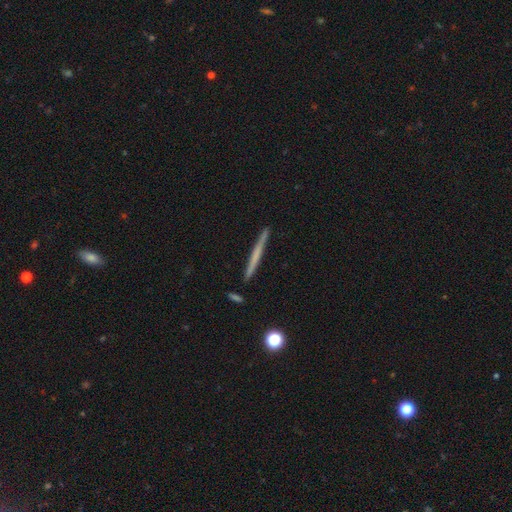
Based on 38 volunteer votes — Smooth or featured? featured or disk (53%)
Edge-on disk? yes (100%)
Edge-on bulge? none (95%)
Merging? none (89%)